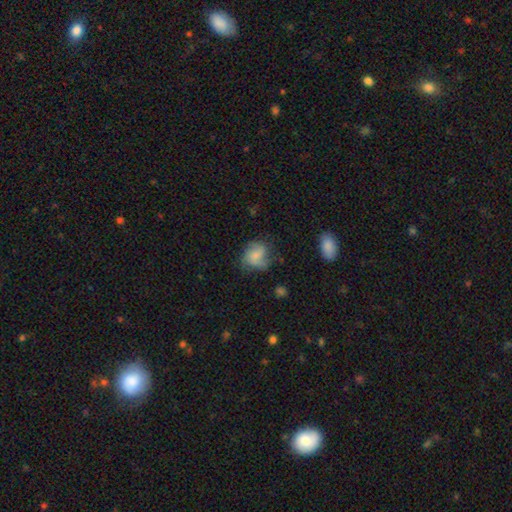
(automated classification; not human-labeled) smooth_or_featured: smooth (p=0.51) [alt: featured or disk p=0.40]
how_rounded: round (p=0.59) [alt: in between p=0.39]
merging: none (p=0.53) [alt: minor disturbance p=0.28]